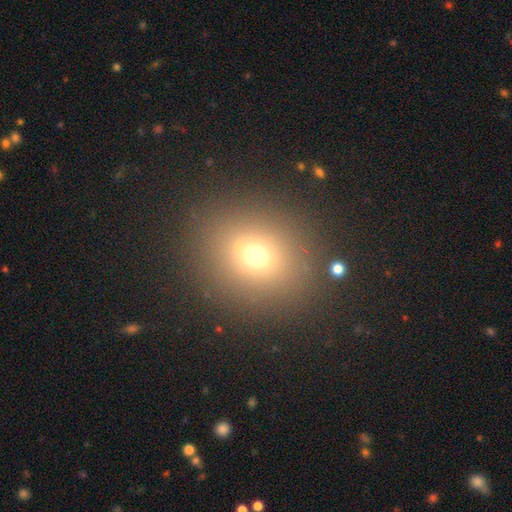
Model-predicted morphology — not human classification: This appears to be a smooth galaxy with no disk features (67%) that is round (77%). Merging: none (86%).